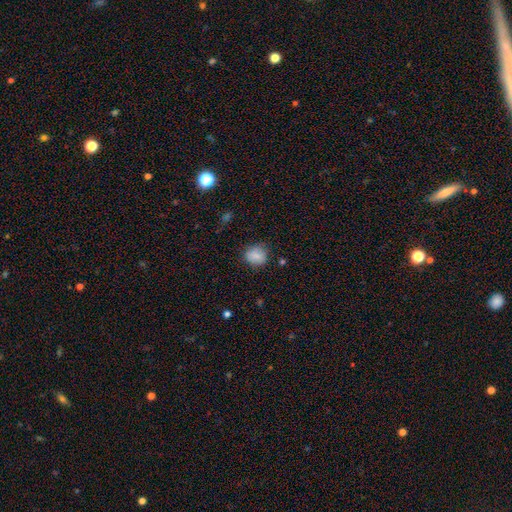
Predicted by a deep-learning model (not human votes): Smooth or featured?
  - smooth: 83% *
  - star or artifact: 9%
  - featured or disk: 8%
How rounded?
  - round: 70% *
  - in between: 29%
  - cigar-shaped: 1%
Merging?
  - none: 77% *
  - minor disturbance: 17%
  - major disturbance: 4%
  - merger: 2%